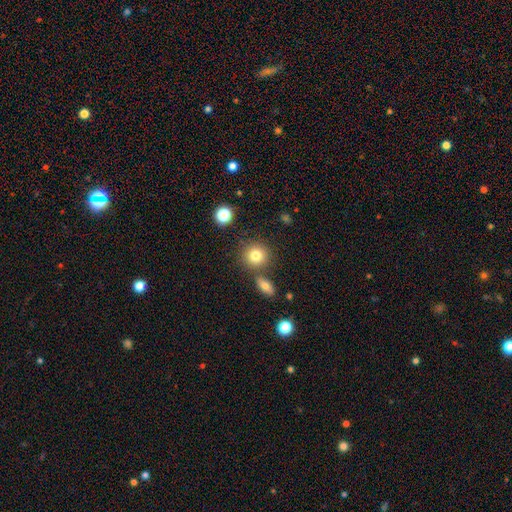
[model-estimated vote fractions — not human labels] Morphology: type=smooth (80%); roundness=round (88%); merging=none (75%).